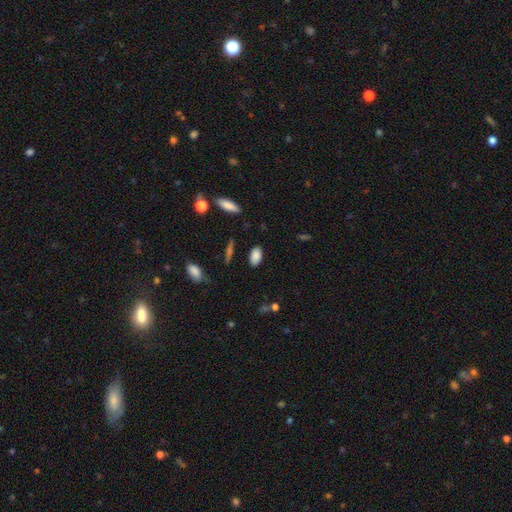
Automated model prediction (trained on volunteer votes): Overall: smooth (86%). How rounded: in between (92%). Merging: none (85%).